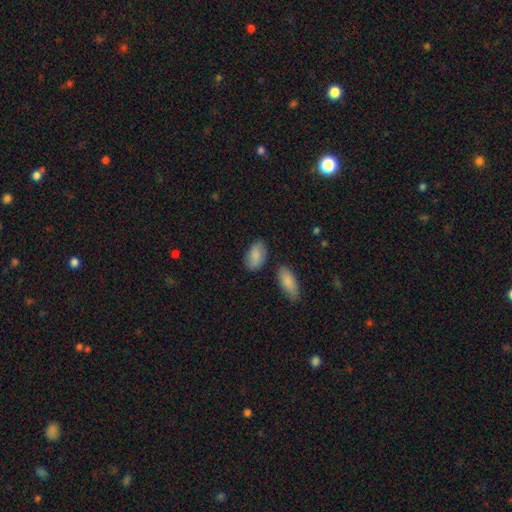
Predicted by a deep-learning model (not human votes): Smooth or featured?
  - smooth: 82% *
  - featured or disk: 12%
  - star or artifact: 6%
How rounded?
  - in between: 92% *
  - round: 5%
  - cigar-shaped: 2%
Merging?
  - none: 76% *
  - minor disturbance: 16%
  - merger: 5%
  - major disturbance: 3%